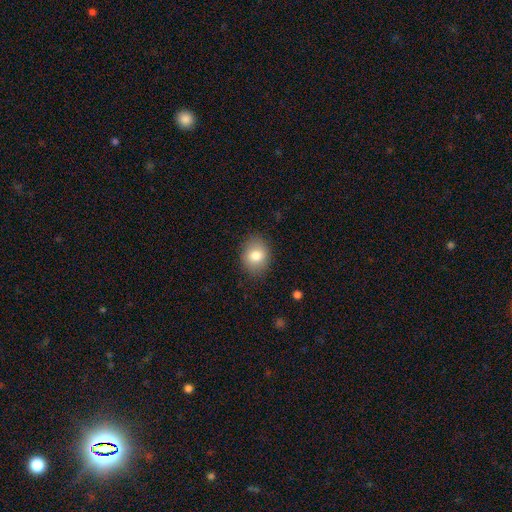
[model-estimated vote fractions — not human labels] Smooth or featured? Predicted: smooth (p=0.80). How rounded? Predicted: in between (p=0.53). Merging? Predicted: none (p=0.85).